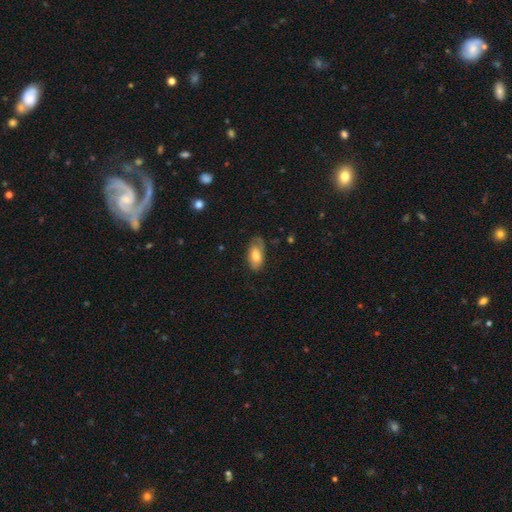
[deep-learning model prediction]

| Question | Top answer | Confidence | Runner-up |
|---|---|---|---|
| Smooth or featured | smooth | 69% | featured or disk (24%) |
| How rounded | in between | 92% | cigar-shaped (5%) |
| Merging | none | 59% | minor disturbance (29%) |